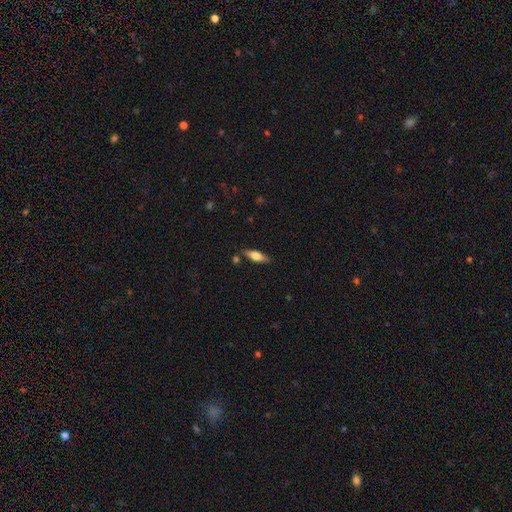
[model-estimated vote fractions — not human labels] smooth_or_featured: smooth (p=0.56) [alt: featured or disk p=0.37]
how_rounded: in between (p=0.51) [alt: cigar-shaped p=0.47]
merging: none (p=0.83) [alt: minor disturbance p=0.11]